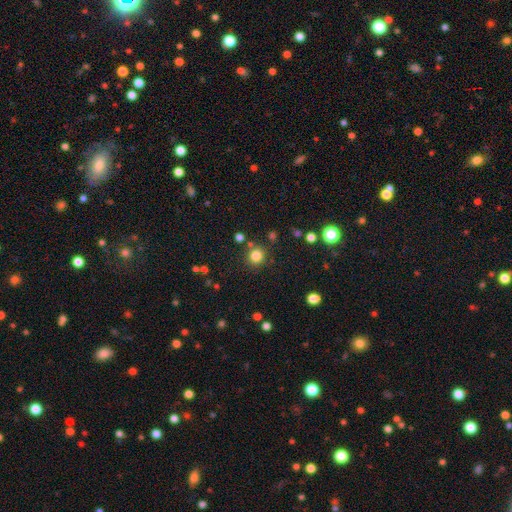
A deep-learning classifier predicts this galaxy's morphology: Smooth or featured?
  - smooth: 81% *
  - star or artifact: 14%
  - featured or disk: 5%
How rounded?
  - round: 91% *
  - in between: 9%
  - cigar-shaped: 1%
Merging?
  - none: 84% *
  - minor disturbance: 8%
  - merger: 5%
  - major disturbance: 3%